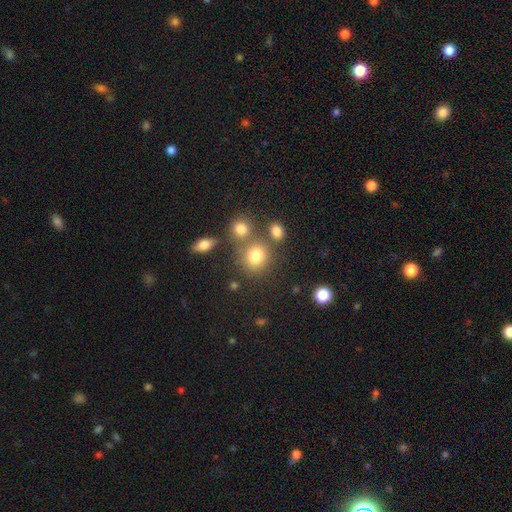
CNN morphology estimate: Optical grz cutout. It shows a smooth galaxy with no disk features (78%) that is round (78%). Merging: none (64%).